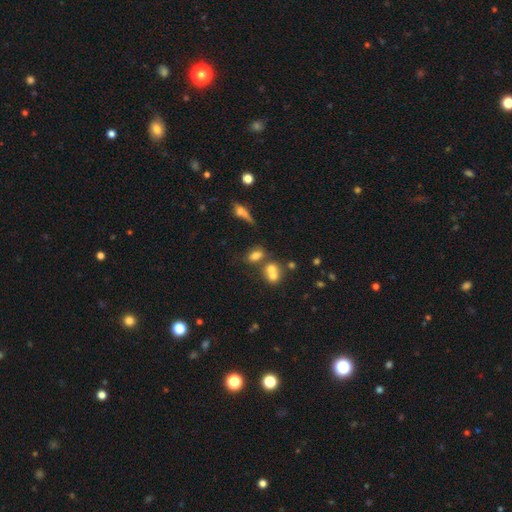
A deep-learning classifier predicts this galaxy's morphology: A smooth galaxy with no disk features (68%) that is in between round and cigar-shaped (73%). Merging: merger (44%).